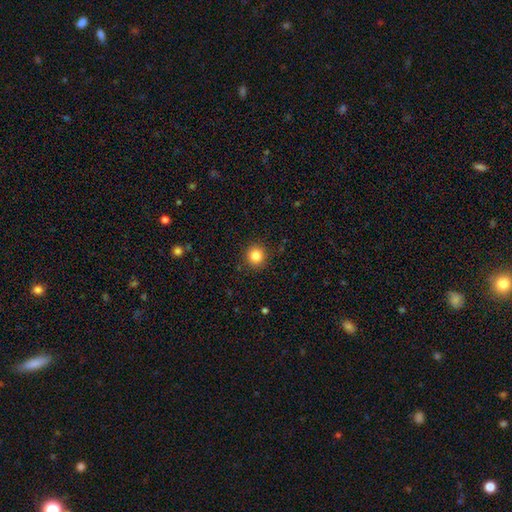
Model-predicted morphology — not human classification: Smooth or featured? Predicted: smooth (p=0.84). How rounded? Predicted: round (p=0.93). Merging? Predicted: none (p=0.91).